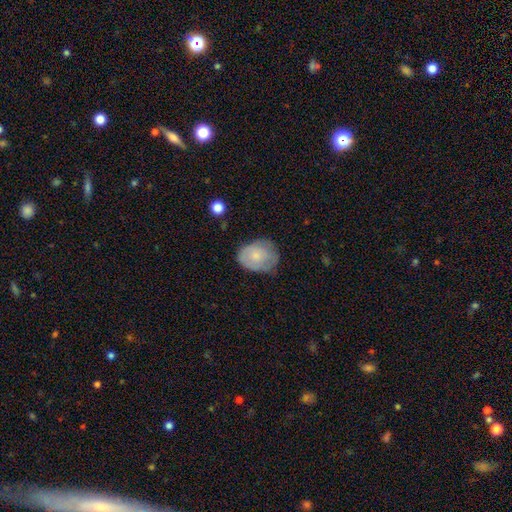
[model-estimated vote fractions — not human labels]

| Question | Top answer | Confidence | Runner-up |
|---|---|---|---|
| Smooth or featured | smooth | 69% | featured or disk (24%) |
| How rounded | in between | 56% | round (43%) |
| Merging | none | 55% | minor disturbance (33%) |